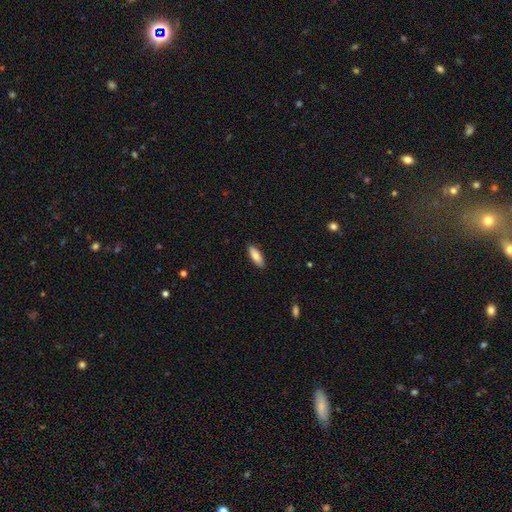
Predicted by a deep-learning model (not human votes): Smooth or featured?
  - smooth: 83% *
  - featured or disk: 11%
  - star or artifact: 6%
How rounded?
  - in between: 63% *
  - cigar-shaped: 35%
  - round: 2%
Merging?
  - none: 89% *
  - minor disturbance: 8%
  - major disturbance: 2%
  - merger: 1%